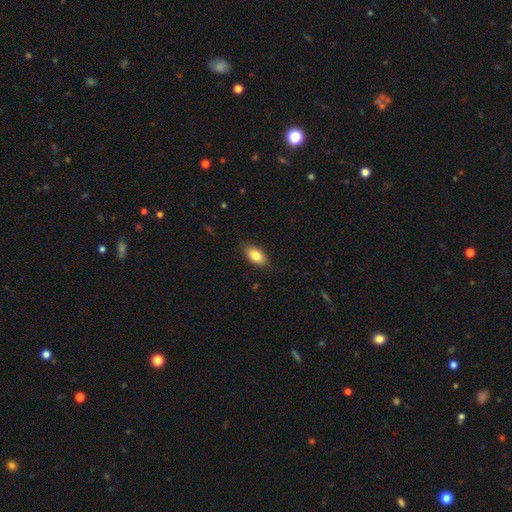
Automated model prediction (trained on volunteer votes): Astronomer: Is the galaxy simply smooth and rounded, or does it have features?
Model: smooth — 83%.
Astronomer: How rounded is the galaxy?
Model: in between — 91%.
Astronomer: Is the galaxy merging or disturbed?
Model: none — 86%.